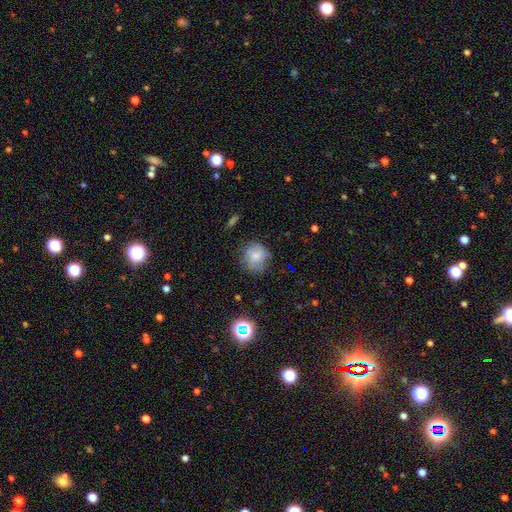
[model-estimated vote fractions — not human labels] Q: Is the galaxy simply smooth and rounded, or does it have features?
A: smooth — 67%.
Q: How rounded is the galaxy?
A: round — 78%.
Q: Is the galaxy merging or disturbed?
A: none — 65%.